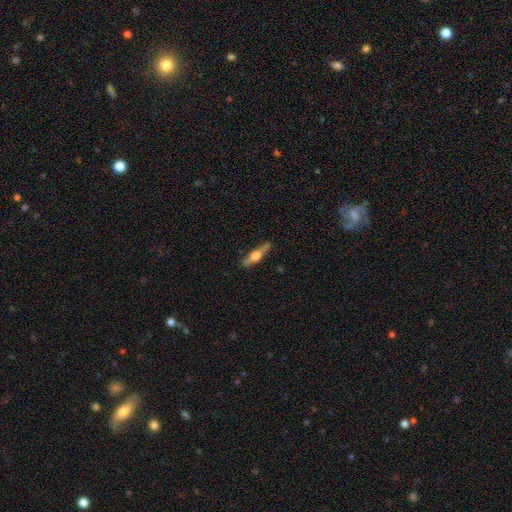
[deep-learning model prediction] Overall: featured or disk (60%; smooth 35%). Edge-on disk: yes (95%). Edge-on bulge: rounded (93%). Merging: none (83%).